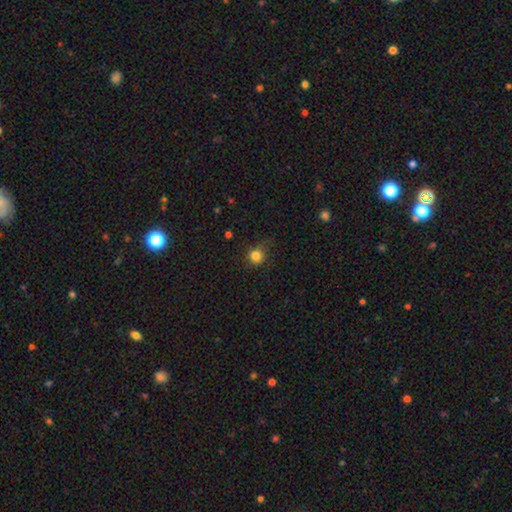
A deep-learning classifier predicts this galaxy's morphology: Smooth or featured? Predicted: smooth (p=0.82). How rounded? Predicted: round (p=0.87). Merging? Predicted: none (p=0.68).